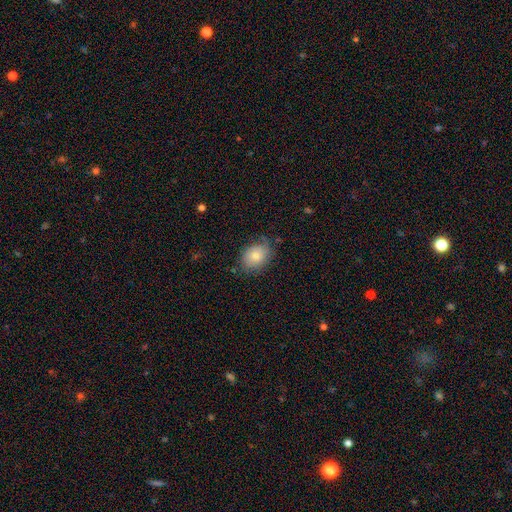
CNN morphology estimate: Overall: smooth (74%). How rounded: in between (62%; round 37%). Merging: none (66%).